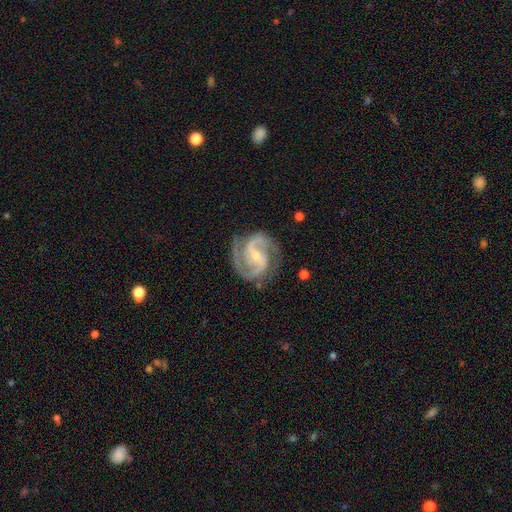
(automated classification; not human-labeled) featured or disk 93%, star or artifact 4%, smooth 3%. Down the decision tree: edge-on disk — no (98%); bar — weak (44%); spiral arms — yes (99%); spiral arm count — 2 (88%); spiral winding — medium (58%); bulge size — small (65%); merging — none (79%).